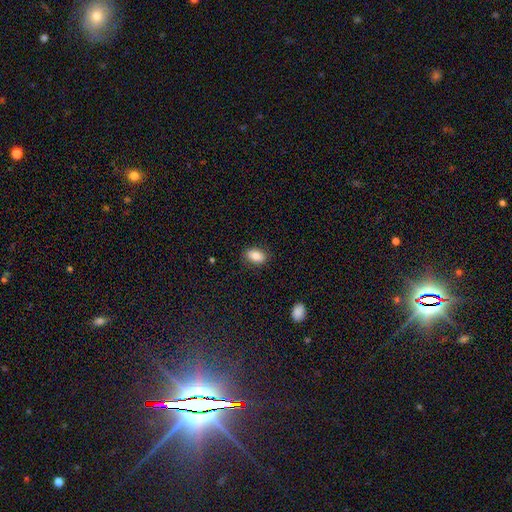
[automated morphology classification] A smooth galaxy with no disk features (85%) that is in between round and cigar-shaped (86%).

Vote fractions:
- Smooth or featured? smooth: 85% / star or artifact: 8% / featured or disk: 7%
- How rounded? in between: 86% / round: 12% / cigar-shaped: 2%
- Merging? none: 85% / minor disturbance: 11% / major disturbance: 3% / merger: 1%